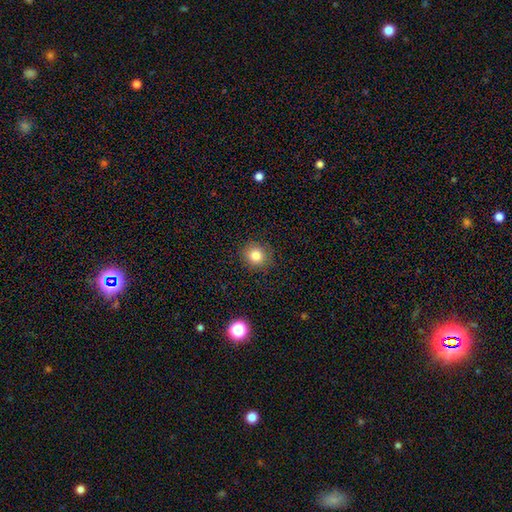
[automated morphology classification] smooth_or_featured: smooth (p=0.81) [alt: star or artifact p=0.11]
how_rounded: round (p=0.84) [alt: in between p=0.15]
merging: none (p=0.89) [alt: minor disturbance p=0.08]